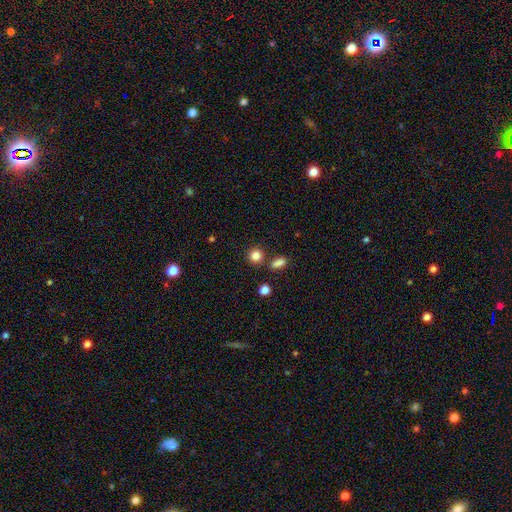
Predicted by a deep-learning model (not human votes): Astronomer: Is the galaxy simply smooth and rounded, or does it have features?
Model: smooth — 84%.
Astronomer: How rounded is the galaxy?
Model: round — 88%.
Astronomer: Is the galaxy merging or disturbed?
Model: none — 81%.